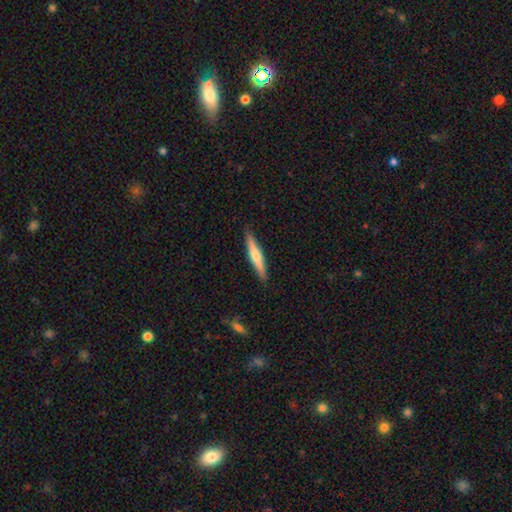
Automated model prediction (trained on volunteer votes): Smooth or featured: featured or disk — 49% (smooth — 46%)
Merging: none — 90% (minor disturbance — 8%)